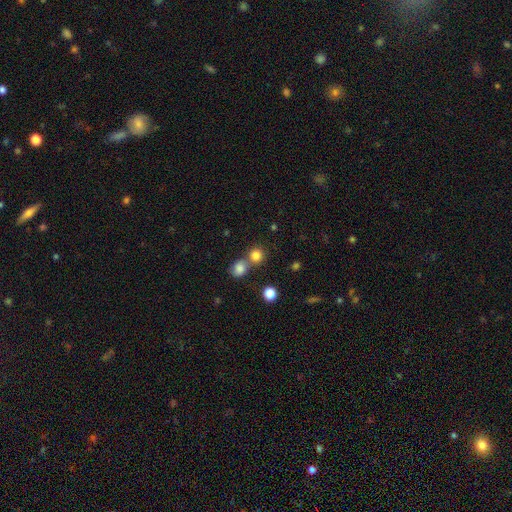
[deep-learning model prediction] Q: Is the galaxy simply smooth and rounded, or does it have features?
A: smooth — 81%.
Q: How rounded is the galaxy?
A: round — 87%.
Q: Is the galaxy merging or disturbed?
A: none — 53%.